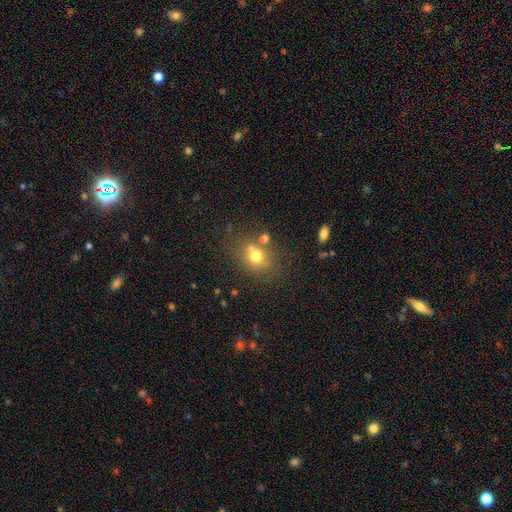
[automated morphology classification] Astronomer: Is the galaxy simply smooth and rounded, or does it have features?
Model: smooth — 70%.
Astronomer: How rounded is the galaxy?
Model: round — 59% (runner-up: in between, 40%).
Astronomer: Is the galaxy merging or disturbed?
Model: none — 59%.